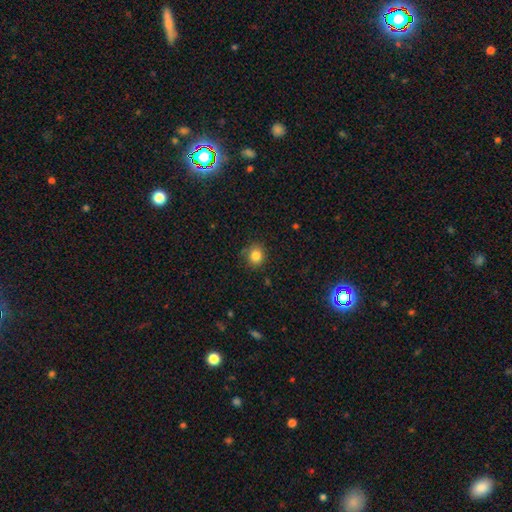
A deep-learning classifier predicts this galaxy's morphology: Q: Smooth or featured?
A: smooth (83%); runner-up: star or artifact (11%)
Q: How rounded?
A: round (82%); runner-up: in between (17%)
Q: Merging?
A: none (80%); runner-up: minor disturbance (14%)